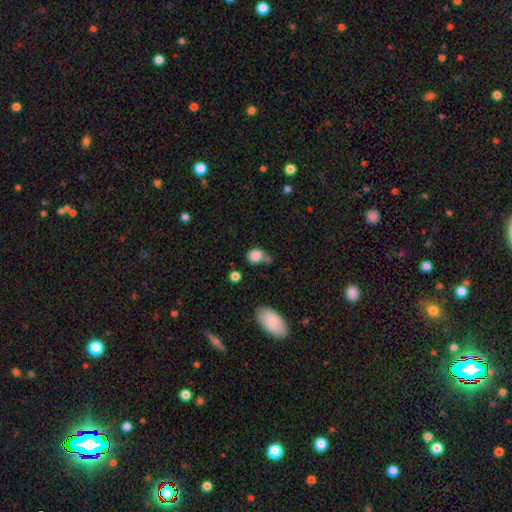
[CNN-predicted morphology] Smooth or featured?
  - smooth: 84% *
  - star or artifact: 10%
  - featured or disk: 7%
How rounded?
  - round: 58% *
  - in between: 41%
  - cigar-shaped: 2%
Merging?
  - none: 44% *
  - minor disturbance: 24%
  - merger: 22%
  - major disturbance: 10%